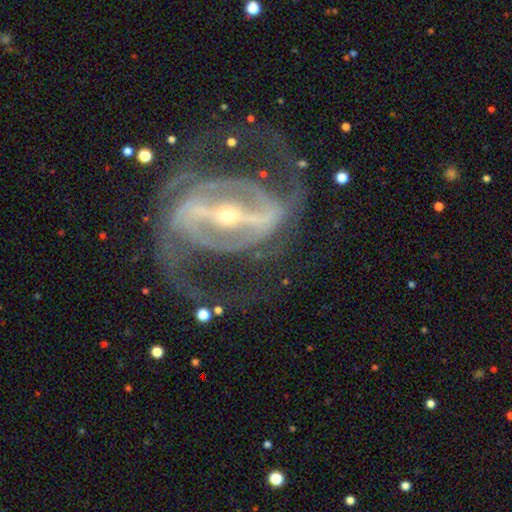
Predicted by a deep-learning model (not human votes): Morphology: type=featured or disk (92%); edge-on=no (96%); bar=strong (82%); spiral arms=yes (96%); winding=medium (54%); arm count=2 (73%); bulge=small (78%); merging=none (60%).